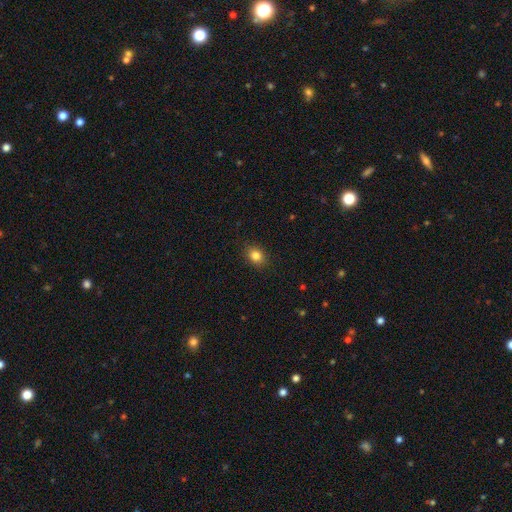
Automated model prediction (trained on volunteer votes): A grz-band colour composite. It shows a smooth galaxy with no disk features (84%) that is in between round and cigar-shaped (53%). Merging: none (89%).